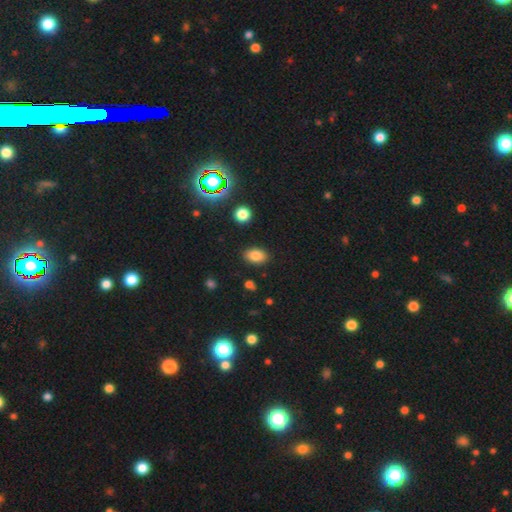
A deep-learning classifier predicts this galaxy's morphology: This appears to be a smooth galaxy with no disk features (82%) that is in between round and cigar-shaped (85%). Merging: none (87%).